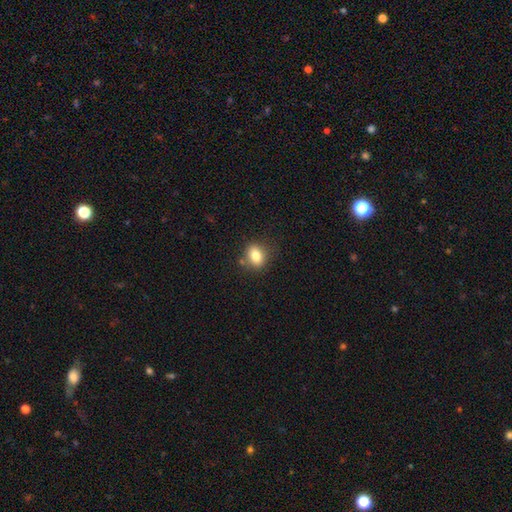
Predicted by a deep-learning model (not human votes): Smooth or featured? Predicted: smooth (p=0.80). How rounded? Predicted: in between (p=0.55). Merging? Predicted: none (p=0.79).